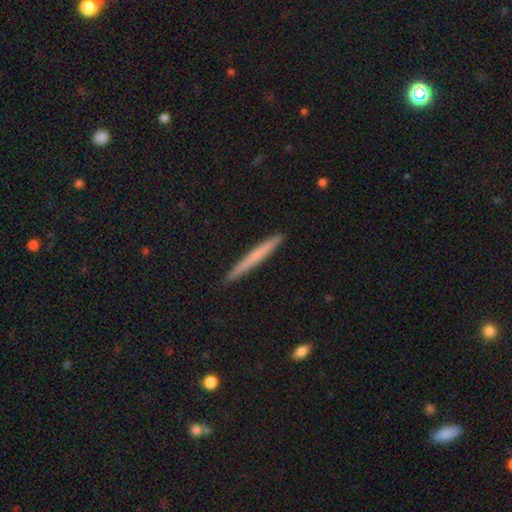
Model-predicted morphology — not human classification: Smooth or featured?
  - smooth: 61% *
  - featured or disk: 34%
  - star or artifact: 6%
How rounded?
  - cigar-shaped: 97% *
  - in between: 2%
  - round: 1%
Merging?
  - none: 91% *
  - minor disturbance: 6%
  - major disturbance: 1%
  - merger: 1%